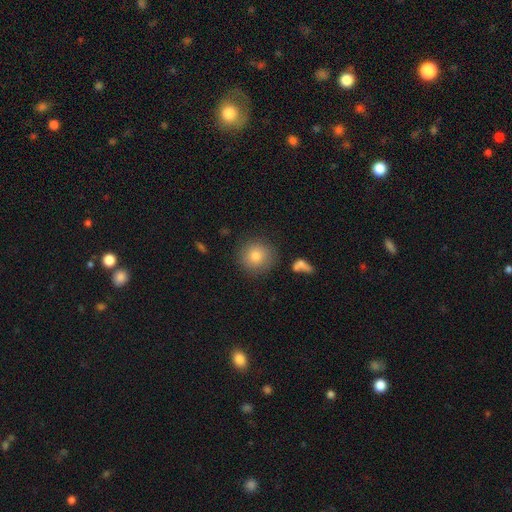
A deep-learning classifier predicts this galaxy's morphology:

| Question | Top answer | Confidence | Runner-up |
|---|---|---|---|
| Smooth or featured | smooth | 81% | star or artifact (10%) |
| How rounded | round | 93% | in between (6%) |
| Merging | none | 85% | minor disturbance (9%) |